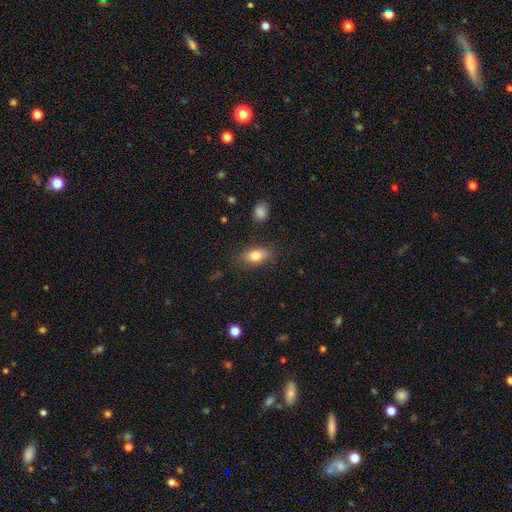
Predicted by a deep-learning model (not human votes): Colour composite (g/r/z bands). It shows a smooth galaxy with no disk features (81%) that is in between round and cigar-shaped (86%). Merging: none (84%).